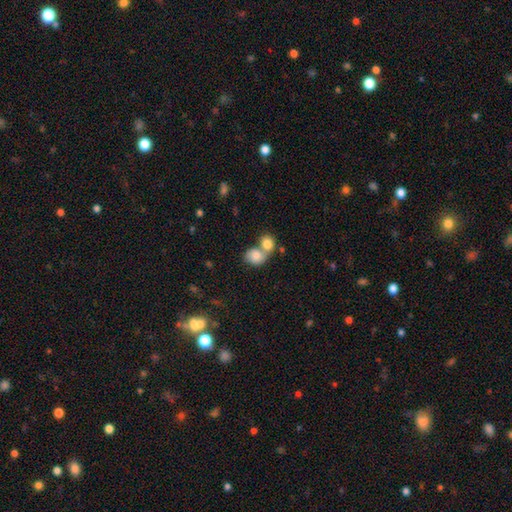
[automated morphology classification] Smooth or featured? Predicted: smooth (p=0.79). How rounded? Predicted: round (p=0.59). Merging? Predicted: merger (p=0.65).